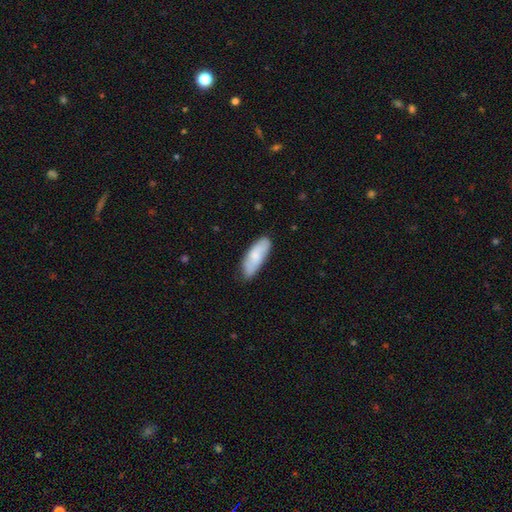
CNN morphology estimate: Smooth or featured?
  - smooth: 74% *
  - featured or disk: 20%
  - star or artifact: 6%
How rounded?
  - in between: 70% *
  - cigar-shaped: 28%
  - round: 2%
Merging?
  - none: 77% *
  - minor disturbance: 18%
  - major disturbance: 3%
  - merger: 1%